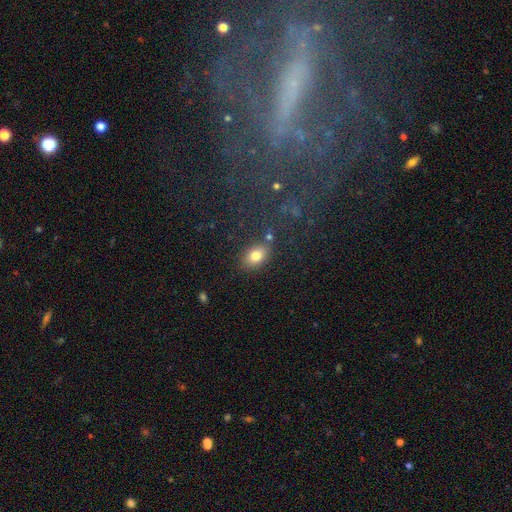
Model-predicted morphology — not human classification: Overall: smooth (79%). How rounded: in between (80%). Merging: none (76%).